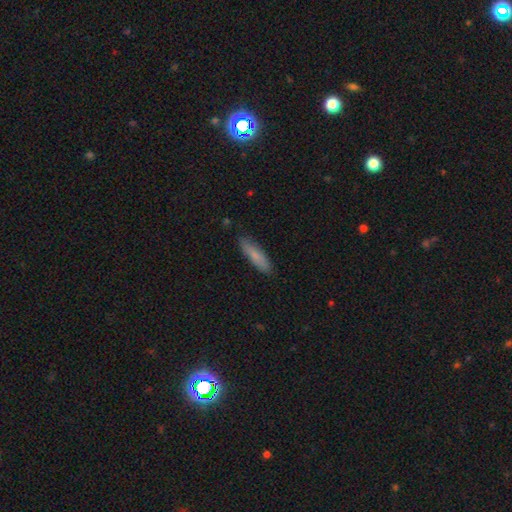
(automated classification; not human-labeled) The model was most divided on "how rounded": cigar-shaped: 75%, in between: 23%, round: 1%. More confident: merging — none (87%); smooth or featured — smooth (80%).